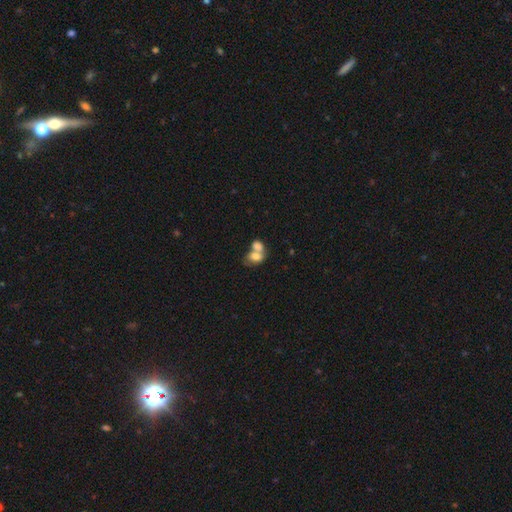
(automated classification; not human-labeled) Smooth or featured?
  - smooth: 73% *
  - featured or disk: 19%
  - star or artifact: 9%
How rounded?
  - in between: 76% *
  - round: 23%
  - cigar-shaped: 1%
Merging?
  - merger: 70% *
  - none: 18%
  - minor disturbance: 7%
  - major disturbance: 5%